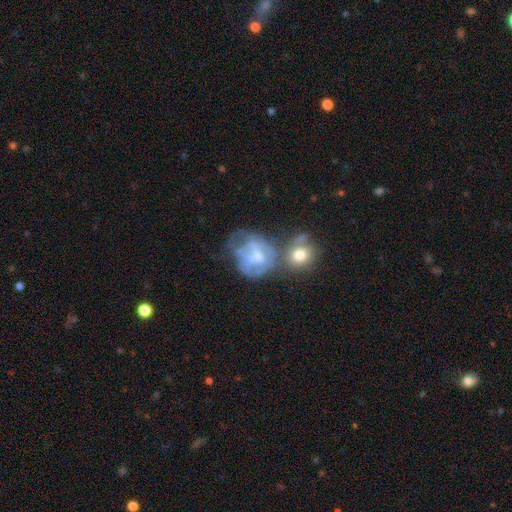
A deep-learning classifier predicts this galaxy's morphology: A featured or disk galaxy (58%) with no bar (62%), no spiral arms (57%) and a moderate central bulge (41%).

Vote fractions:
- Smooth or featured? featured or disk: 58% / smooth: 32% / star or artifact: 10%
- Edge-on disk? no: 97% / yes: 3%
- Bar? no: 62% / weak: 31% / strong: 8%
- Spiral arms? no: 57% / yes: 43%
- Bulge size? moderate: 41% / small: 37% / none: 16% / large: 5% / dominant: 1%
- Merging? merger: 33% / none: 25% / major disturbance: 24% / minor disturbance: 18%